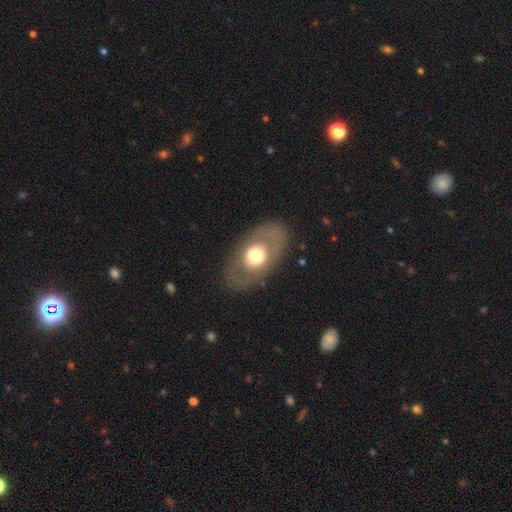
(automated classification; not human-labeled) The model was most divided on "smooth or featured": smooth: 52%, featured or disk: 42%, star or artifact: 6%. More confident: merging — none (82%); how rounded — in between (81%).